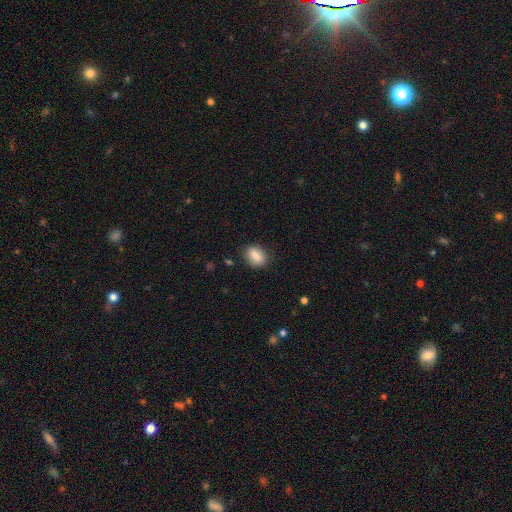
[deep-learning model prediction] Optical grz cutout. It shows a smooth galaxy with no disk features (84%) that is in between round and cigar-shaped (65%). Merging: none (84%).